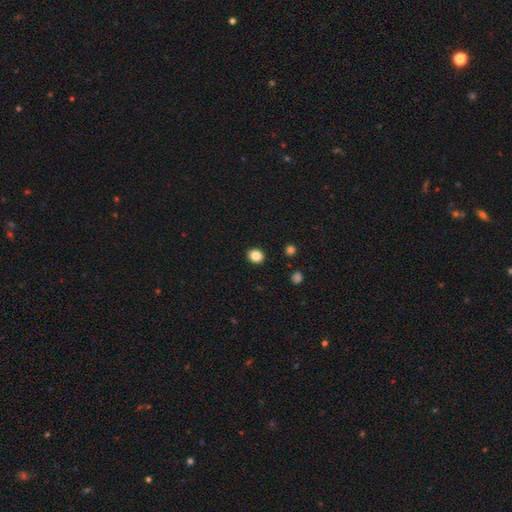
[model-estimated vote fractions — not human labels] A smooth galaxy with no disk features (85%) that is round (77%).

Vote fractions:
- Smooth or featured? smooth: 85% / star or artifact: 11% / featured or disk: 4%
- How rounded? round: 77% / in between: 22% / cigar-shaped: 1%
- Merging? none: 92% / minor disturbance: 5% / major disturbance: 2% / merger: 1%